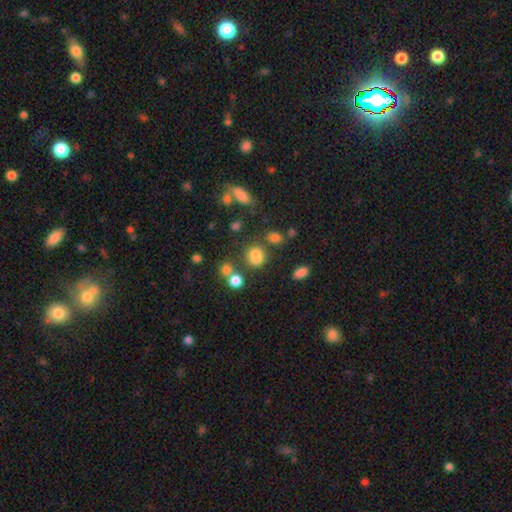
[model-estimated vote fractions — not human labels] Smooth or featured?
  - smooth: 73% *
  - star or artifact: 17%
  - featured or disk: 10%
How rounded?
  - round: 63% *
  - in between: 35%
  - cigar-shaped: 1%
Merging?
  - none: 52% *
  - merger: 25%
  - minor disturbance: 15%
  - major disturbance: 7%